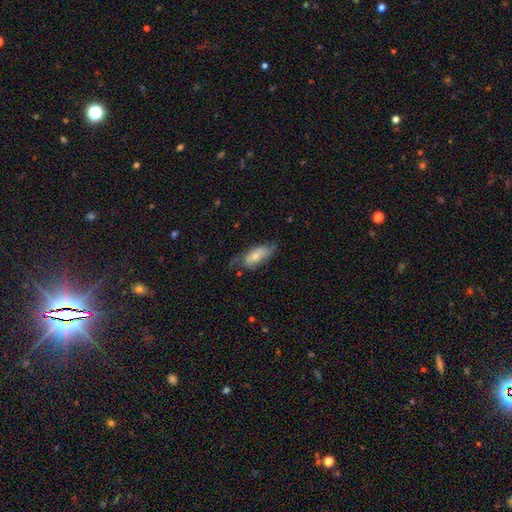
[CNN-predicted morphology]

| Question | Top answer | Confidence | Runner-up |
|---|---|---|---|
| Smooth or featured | smooth | 59% | featured or disk (35%) |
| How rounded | in between | 80% | cigar-shaped (17%) |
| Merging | none | 49% | minor disturbance (32%) |